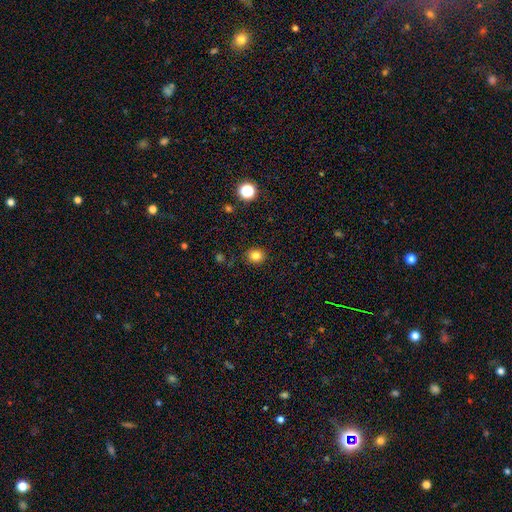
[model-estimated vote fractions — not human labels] The model was most divided on "how rounded": round: 71%, in between: 28%, cigar-shaped: 1%. More confident: merging — none (88%); smooth or featured — smooth (82%).